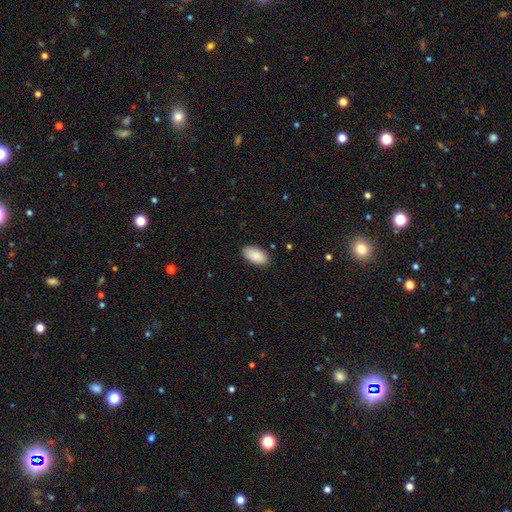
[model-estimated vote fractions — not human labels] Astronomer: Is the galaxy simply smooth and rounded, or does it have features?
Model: smooth — 90%.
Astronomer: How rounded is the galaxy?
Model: in between — 95%.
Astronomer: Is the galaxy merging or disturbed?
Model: none — 88%.